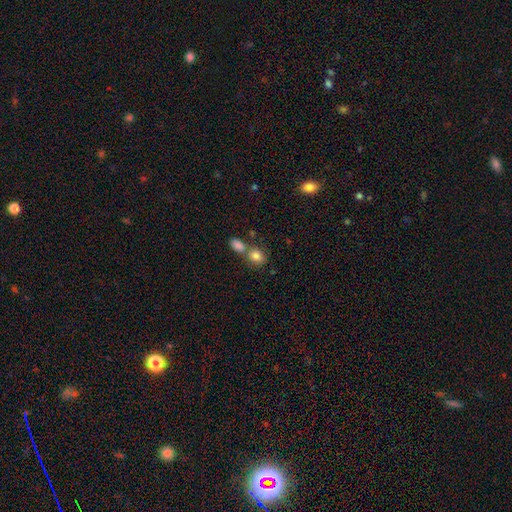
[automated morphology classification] Smooth or featured? Predicted: smooth (p=0.83). How rounded? Predicted: in between (p=0.55). Merging? Predicted: none (p=0.45).